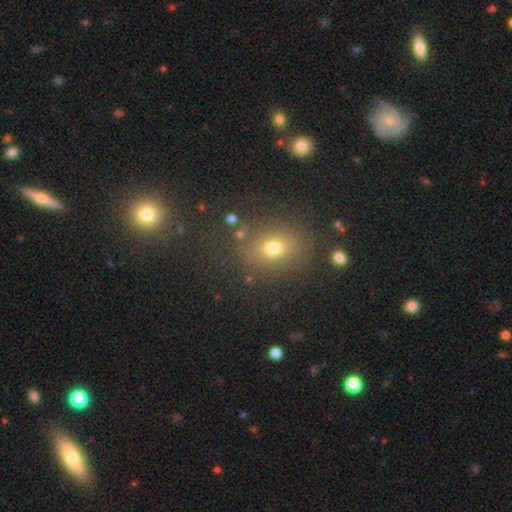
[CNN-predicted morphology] smooth 52%, star or artifact 37%, featured or disk 11%. Down the decision tree: how rounded — round (61%); merging — none (80%).